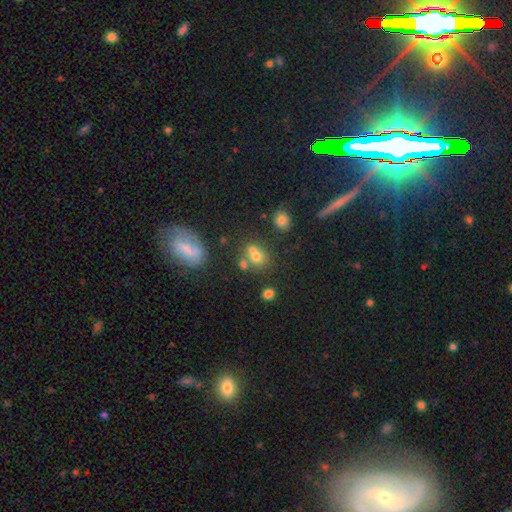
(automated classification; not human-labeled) A smooth galaxy with no disk features (63%) that is round (61%). Merging: none (43%).